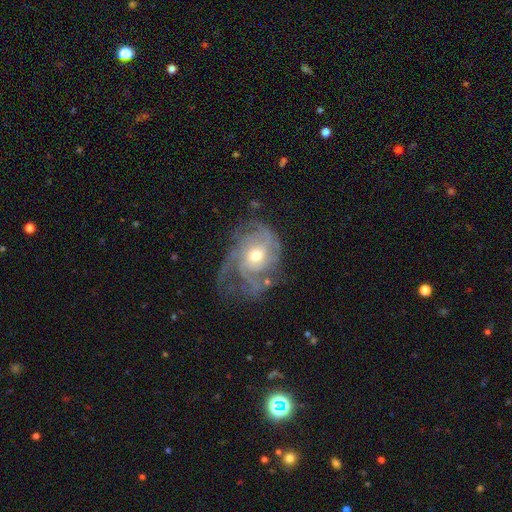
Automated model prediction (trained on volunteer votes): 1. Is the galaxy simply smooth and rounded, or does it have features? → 87% featured or disk, 8% smooth, 6% star or artifact.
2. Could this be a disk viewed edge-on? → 97% no, 3% yes.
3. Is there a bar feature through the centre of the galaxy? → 69% no, 25% weak, 5% strong.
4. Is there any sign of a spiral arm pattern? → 95% yes, 5% no.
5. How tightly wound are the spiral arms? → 51% tight, 36% medium, 13% loose.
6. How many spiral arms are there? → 28% 3 (tied), 28% can't tell (tied), 18% 2, 14% 4, 6% 1, 6% more than 4.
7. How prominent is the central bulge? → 62% moderate, 33% small, 4% large, 1% none, 1% dominant.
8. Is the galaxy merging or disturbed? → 53% none, 23% minor disturbance, 22% major disturbance, 2% merger.